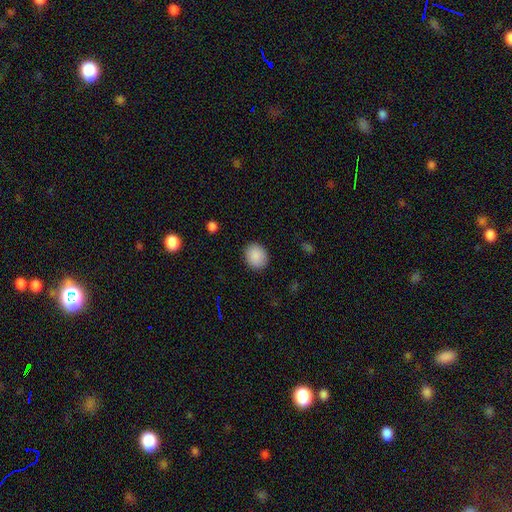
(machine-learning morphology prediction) Smooth or featured: smooth — 89% (star or artifact — 7%)
How rounded: round — 74% (in between — 26%)
Merging: none — 90% (minor disturbance — 7%)